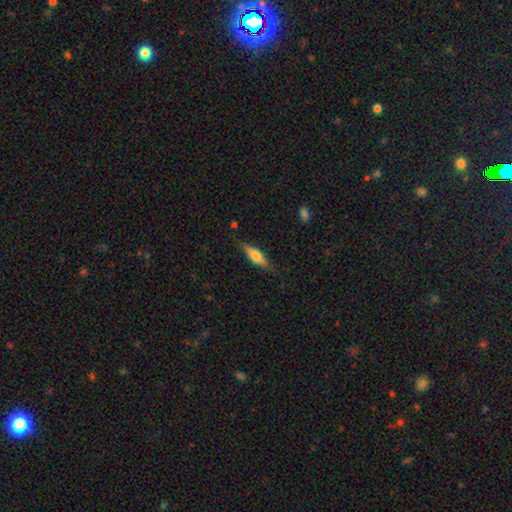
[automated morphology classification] Overall: featured or disk (53%; smooth 40%). Edge-on disk: yes (94%). Merging: none (82%).